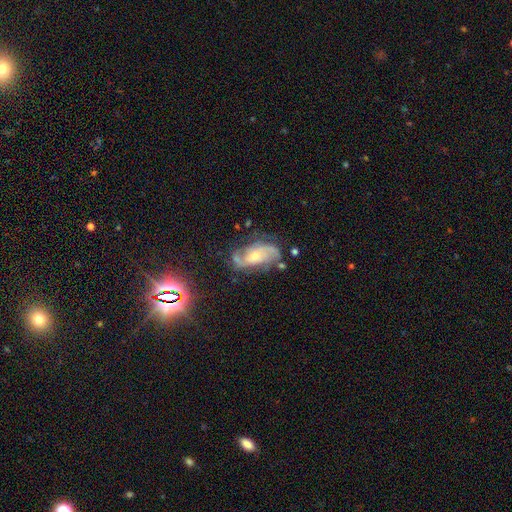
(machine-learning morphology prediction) Smooth or featured? Predicted: featured or disk (p=0.80). Edge-on disk? Predicted: no (p=0.96). Bar? Predicted: no (p=0.52). Spiral arms? Predicted: yes (p=0.94). Spiral winding? Predicted: medium (p=0.48). Spiral arm count? Predicted: 2 (p=0.75). Bulge size? Predicted: moderate (p=0.48). Merging? Predicted: none (p=0.62).